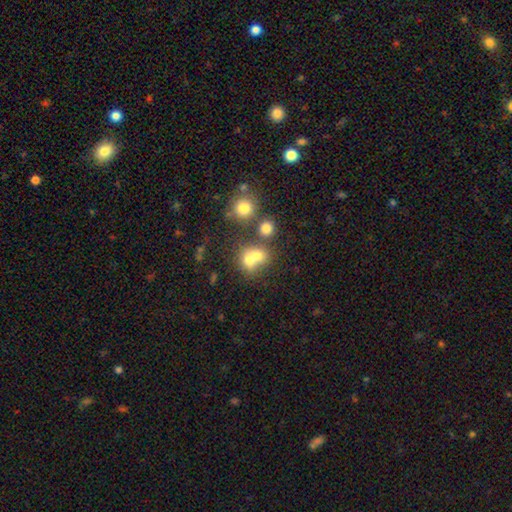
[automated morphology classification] smooth_or_featured: smooth (p=0.69) [alt: featured or disk p=0.16]
how_rounded: round (p=0.69) [alt: in between p=0.30]
merging: merger (p=0.55) [alt: none p=0.33]